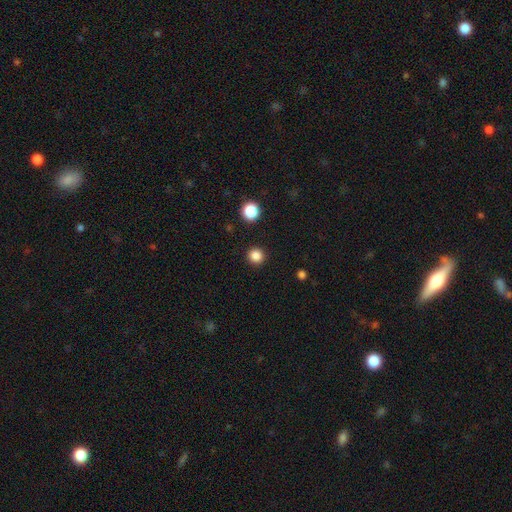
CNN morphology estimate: This appears to be a smooth galaxy with no disk features (84%) that is round (95%). Merging: none (92%).